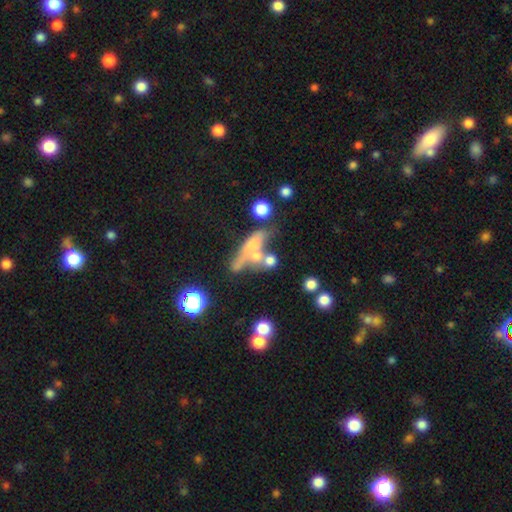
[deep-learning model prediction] Smooth or featured? Predicted: smooth (p=0.47). Merging? Predicted: merger (p=0.47).